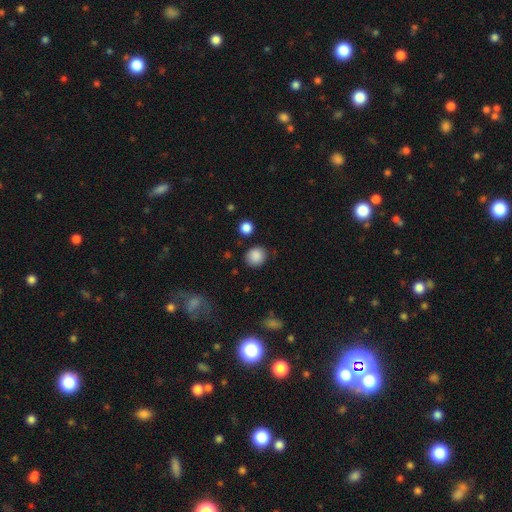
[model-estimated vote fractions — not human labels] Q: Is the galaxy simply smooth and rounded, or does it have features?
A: smooth — 87%.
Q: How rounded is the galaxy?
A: round — 84%.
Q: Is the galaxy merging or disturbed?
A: none — 84%.